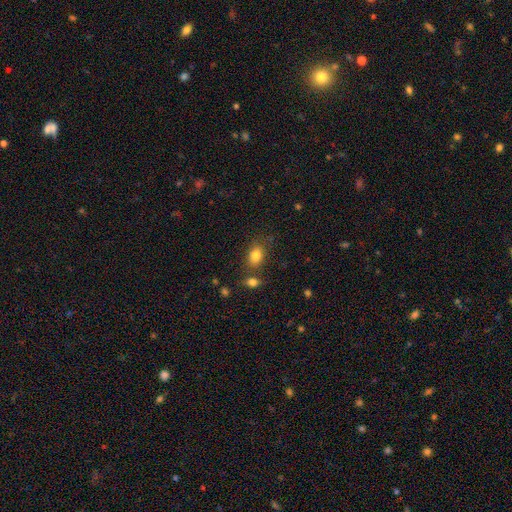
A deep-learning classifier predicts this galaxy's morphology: Overall: smooth (82%). How rounded: in between (73%). Merging: none (69%).